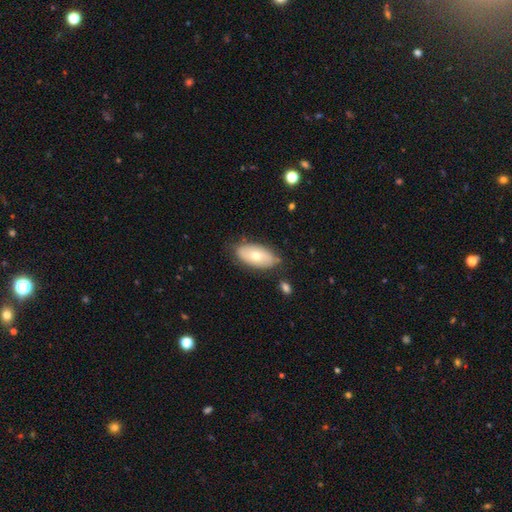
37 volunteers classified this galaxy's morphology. smooth 68%, featured or disk 24%, star or artifact 8%. Down the decision tree: how rounded — in between (96%); merging — none (62%).